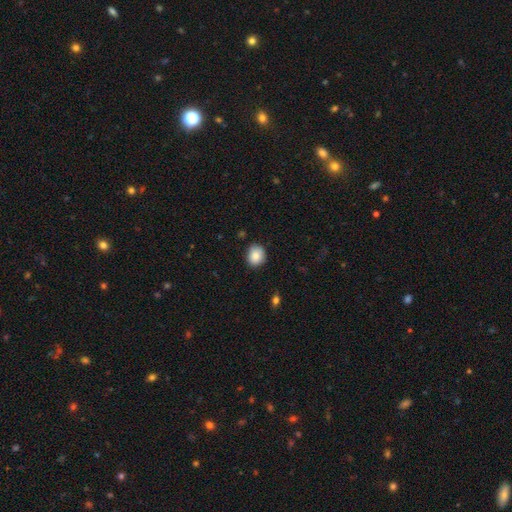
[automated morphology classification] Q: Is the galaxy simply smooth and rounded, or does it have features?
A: smooth — 86%.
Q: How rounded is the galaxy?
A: round — 64%.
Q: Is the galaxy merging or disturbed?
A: none — 83%.